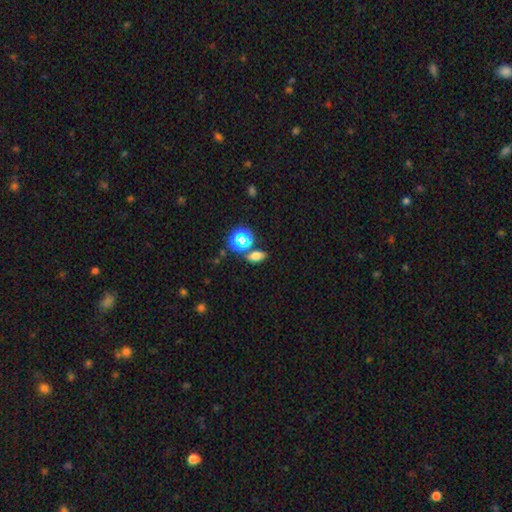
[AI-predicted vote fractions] This appears to be a smooth galaxy with no disk features (65%) that is in between round and cigar-shaped (80%). Merging: none (75%).